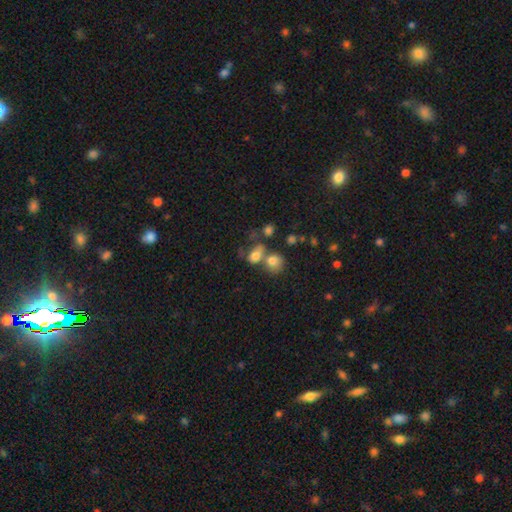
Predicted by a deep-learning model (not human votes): Smooth or featured? smooth (74%)
How rounded? in between (63%)
Merging? merger (49%)